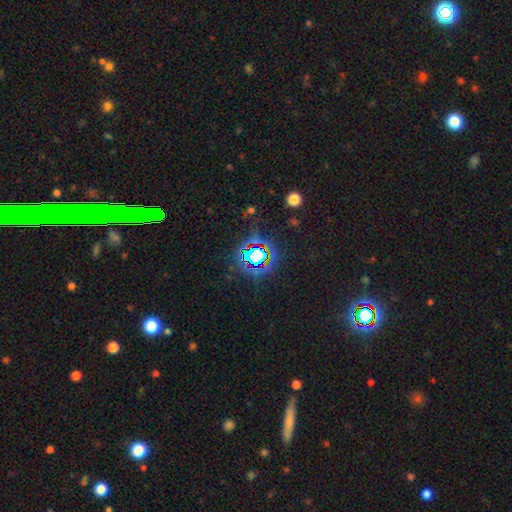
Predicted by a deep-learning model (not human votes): This appears to be a star or artifact, not a galaxy (72%).